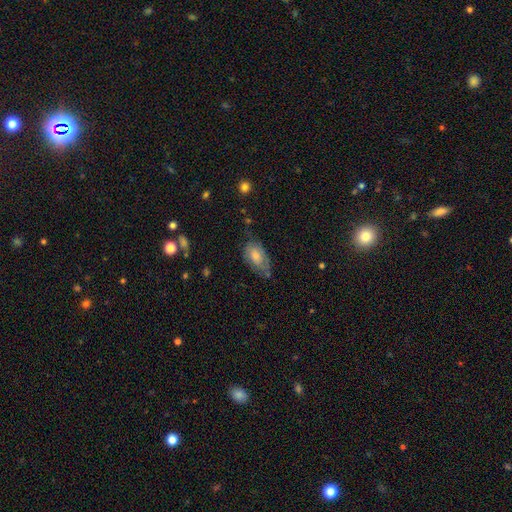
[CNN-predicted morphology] smooth_or_featured: smooth (p=0.49) [alt: featured or disk p=0.41]
merging: none (p=0.54) [alt: minor disturbance p=0.32]